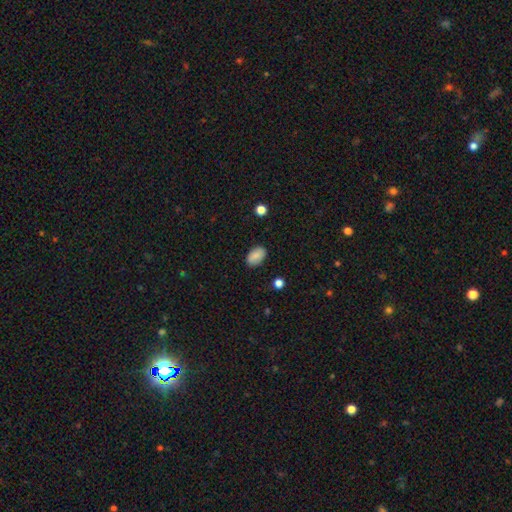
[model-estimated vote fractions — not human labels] The model was most divided on "merging": none: 86%, minor disturbance: 11%, major disturbance: 2%, merger: 1%. More confident: how rounded — in between (91%); smooth or featured — smooth (87%).